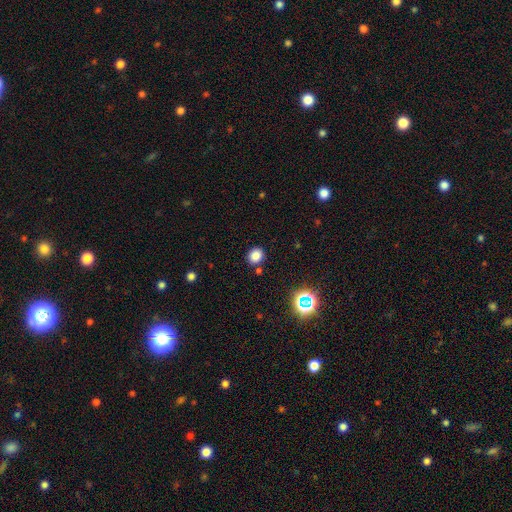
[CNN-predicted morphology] This appears to be a smooth galaxy with no disk features (80%) that is round (66%). Merging: none (84%).